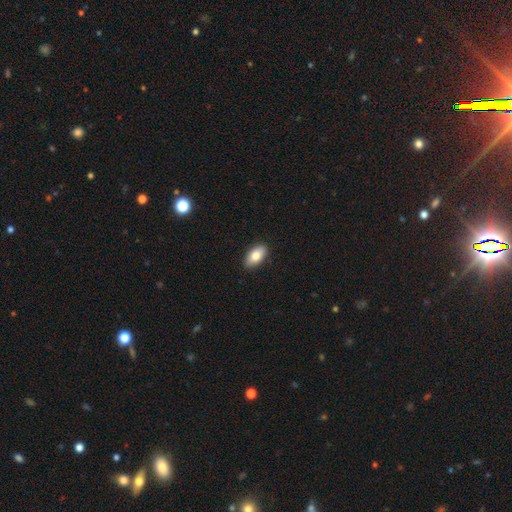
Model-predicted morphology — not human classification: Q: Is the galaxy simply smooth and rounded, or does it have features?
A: smooth — 81%.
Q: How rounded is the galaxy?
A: in between — 93%.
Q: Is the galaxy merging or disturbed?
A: none — 89%.